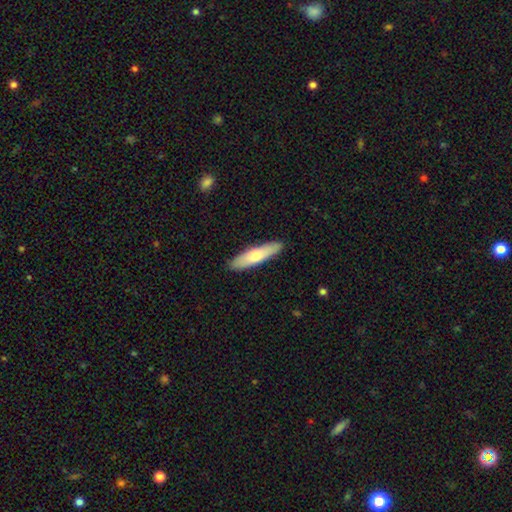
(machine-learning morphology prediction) A smooth galaxy with no disk features (69%) that is cigar-shaped (76%). Merging: none (90%).